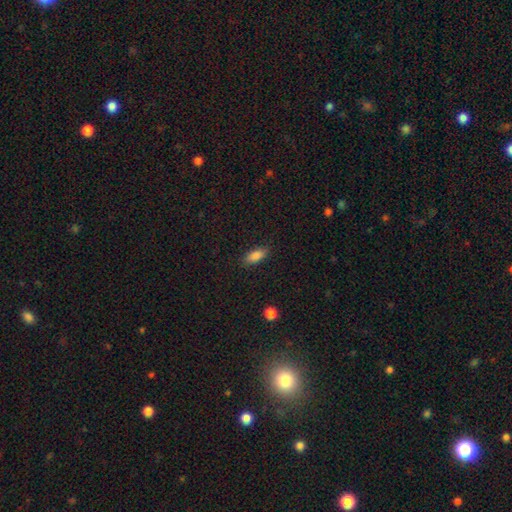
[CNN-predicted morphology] This is clearly a smooth galaxy (86%). How rounded: clearly in between (83%). Merging: clearly none (87%).